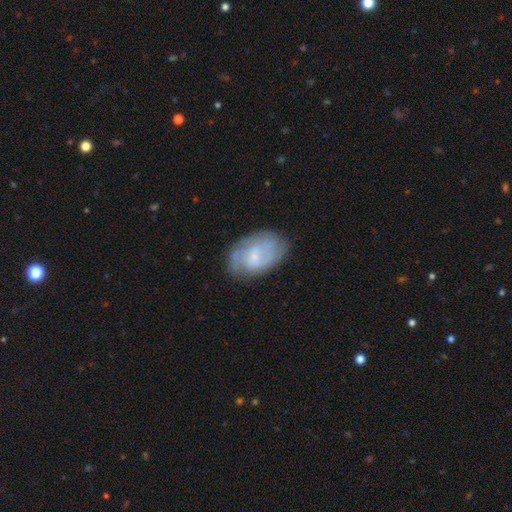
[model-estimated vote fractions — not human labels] featured or disk 65%, smooth 27%, star or artifact 7%. Down the decision tree: edge-on disk — no (97%); bar — no (57%); spiral arms — yes (82%); spiral arm count — can't tell (41%); spiral winding — tight (46%); bulge size — small (68%); merging — none (70%).